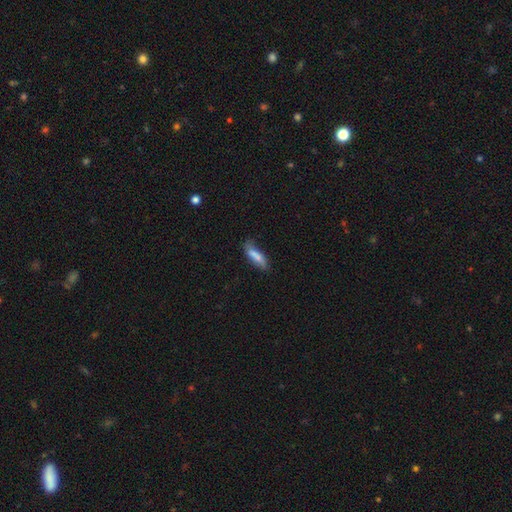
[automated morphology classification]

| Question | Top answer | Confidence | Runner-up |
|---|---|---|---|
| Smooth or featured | smooth | 71% | featured or disk (22%) |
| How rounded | cigar-shaped | 52% | in between (46%) |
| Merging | none | 57% | minor disturbance (28%) |